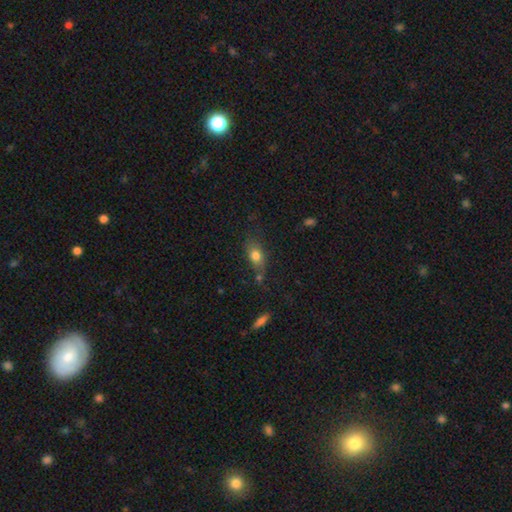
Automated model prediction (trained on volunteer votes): This appears to be a smooth galaxy with no disk features (76%) that is in between round and cigar-shaped (72%). Merging: none (58%).